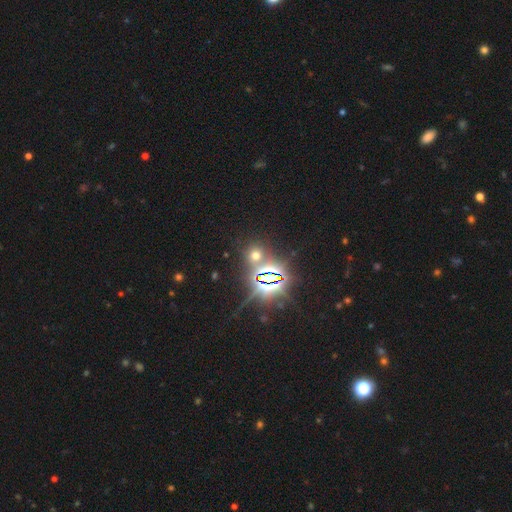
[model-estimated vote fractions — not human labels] Smooth or featured?
  - star or artifact: 53% *
  - smooth: 40%
  - featured or disk: 7%